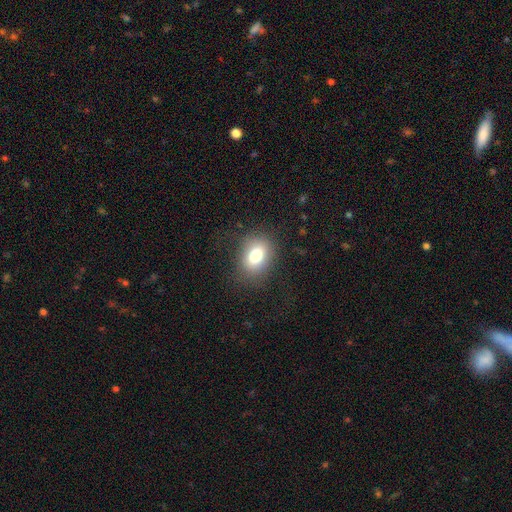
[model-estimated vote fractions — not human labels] This appears to be a smooth galaxy with no disk features (77%) that is in between round and cigar-shaped (64%). Merging: none (80%).